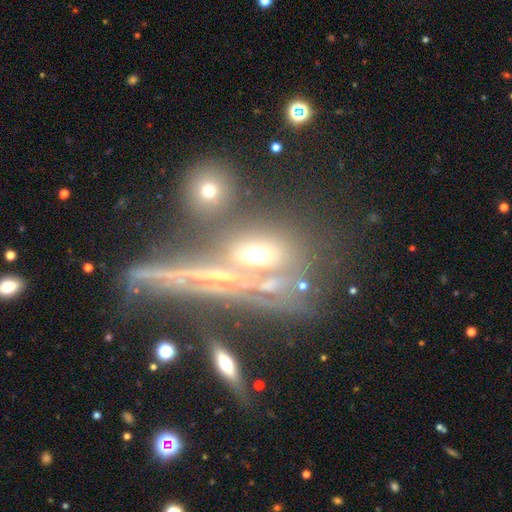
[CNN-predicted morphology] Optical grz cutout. It shows a smooth galaxy with no disk features (43%). Merging: none (51%).